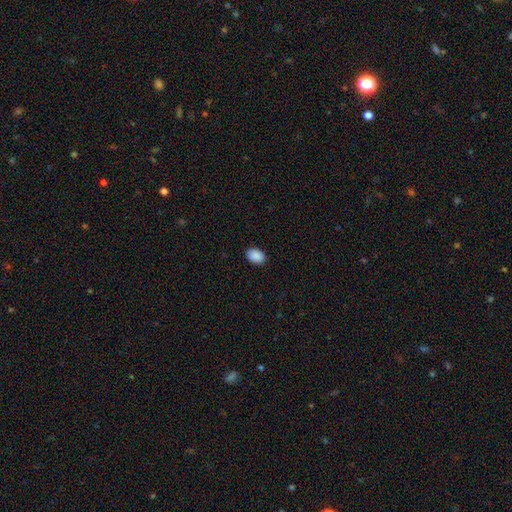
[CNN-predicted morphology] Smooth or featured: smooth — 90% (star or artifact — 7%)
How rounded: in between — 83% (round — 16%)
Merging: none — 89% (minor disturbance — 8%)